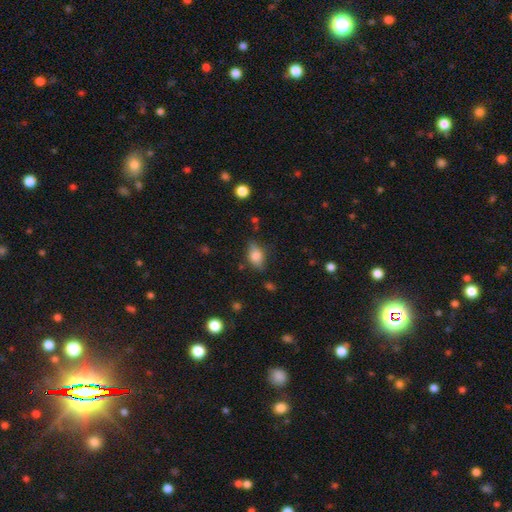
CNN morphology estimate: Smooth or featured? Predicted: smooth (p=0.77). How rounded? Predicted: in between (p=0.83). Merging? Predicted: none (p=0.72).